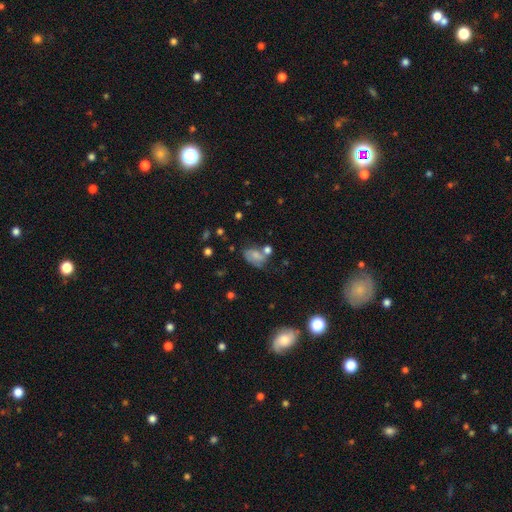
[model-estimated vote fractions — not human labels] This is possibly a smooth galaxy (51%). How rounded: clearly in between (82%). Merging: marginally none (36%).